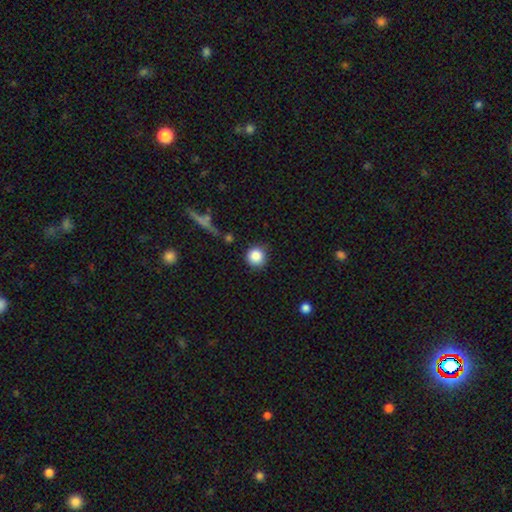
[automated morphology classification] Smooth or featured? Predicted: smooth (p=0.86). How rounded? Predicted: round (p=0.93). Merging? Predicted: none (p=0.83).